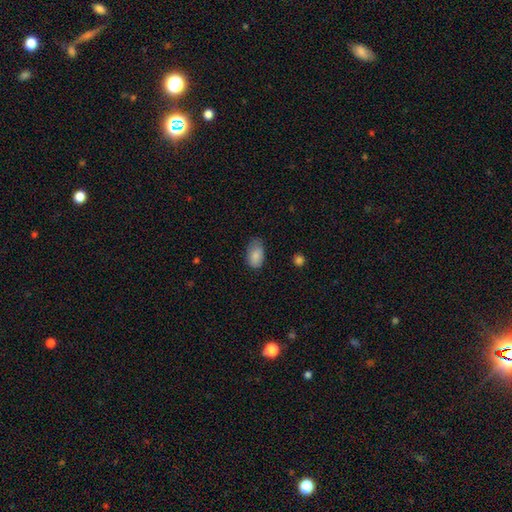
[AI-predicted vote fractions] This is clearly a smooth galaxy (85%). How rounded: clearly in between (91%). Merging: possibly none (59%).